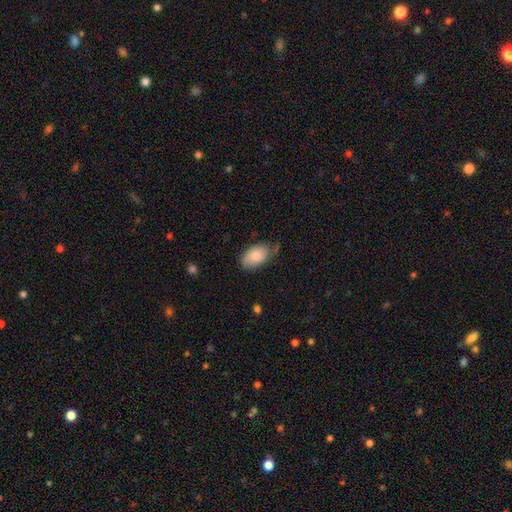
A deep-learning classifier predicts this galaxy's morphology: Smooth or featured? Predicted: smooth (p=0.79). How rounded? Predicted: in between (p=0.93). Merging? Predicted: none (p=0.60).